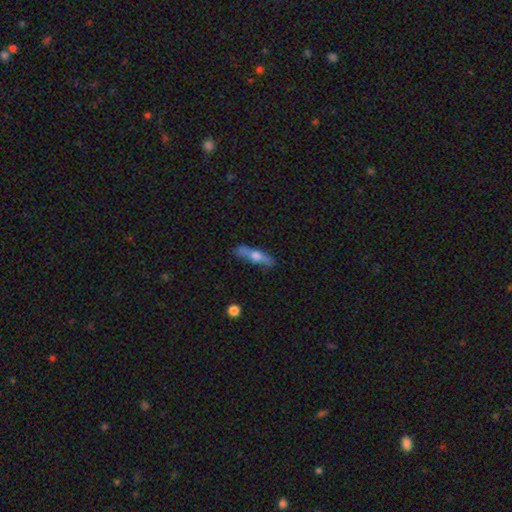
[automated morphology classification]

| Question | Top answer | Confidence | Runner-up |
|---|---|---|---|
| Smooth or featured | smooth | 47% | featured or disk (46%) |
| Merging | none | 70% | minor disturbance (18%) |